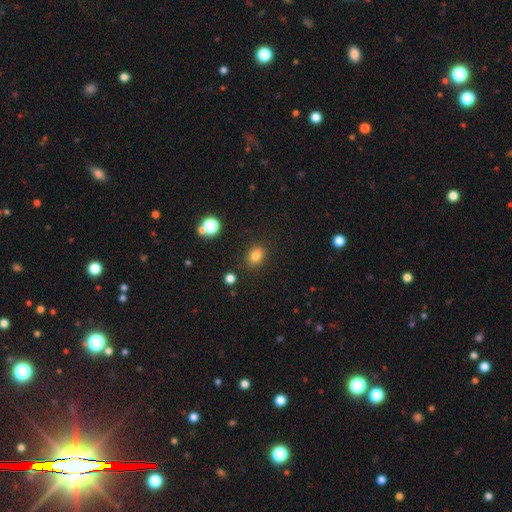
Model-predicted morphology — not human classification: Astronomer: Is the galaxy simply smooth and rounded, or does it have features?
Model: smooth — 78%.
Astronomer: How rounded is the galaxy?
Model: in between — 50% (runner-up: round, 49%).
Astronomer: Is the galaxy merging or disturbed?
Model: none — 79%.